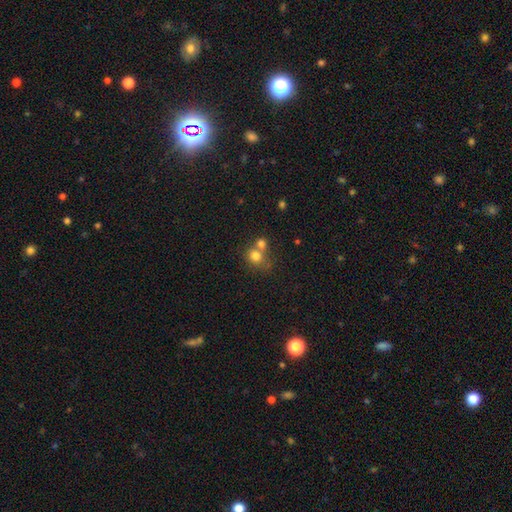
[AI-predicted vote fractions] smooth-or-featured: smooth: 77% | star or artifact: 12% | featured or disk: 11%
  how-rounded: round: 79% | in between: 20% | cigar-shaped: 1%
  merging: merger: 48% | none: 40% | minor disturbance: 8% | major disturbance: 4%